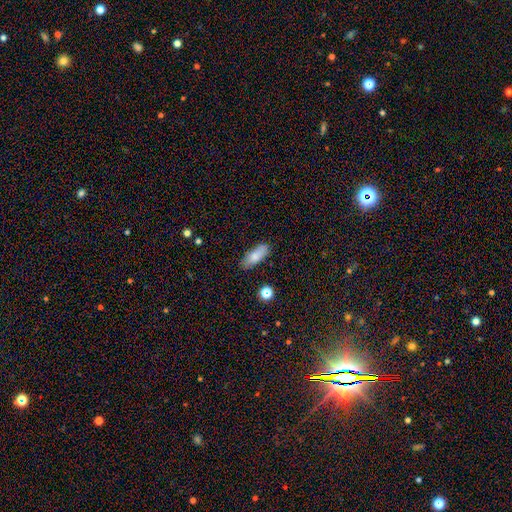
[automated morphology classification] A smooth galaxy with no disk features (81%) that is in between round and cigar-shaped (71%). Merging: none (83%).